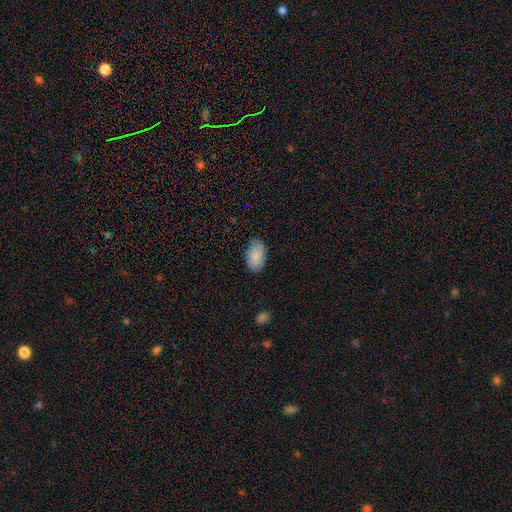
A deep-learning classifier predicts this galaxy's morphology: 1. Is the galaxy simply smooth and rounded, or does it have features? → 88% smooth, 7% star or artifact, 6% featured or disk.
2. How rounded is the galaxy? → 94% in between, 5% round, 1% cigar-shaped.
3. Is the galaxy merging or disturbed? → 83% none, 14% minor disturbance, 3% major disturbance, 1% merger.